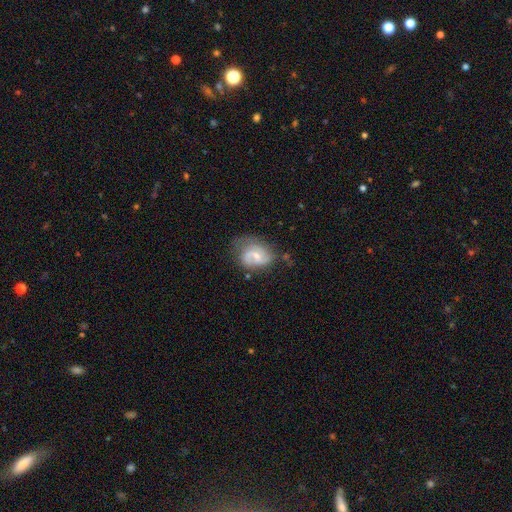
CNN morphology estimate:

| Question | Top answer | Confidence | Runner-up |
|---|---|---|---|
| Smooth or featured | featured or disk | 73% | smooth (20%) |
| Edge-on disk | no | 97% | yes (3%) |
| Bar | no | 48% | weak (44%) |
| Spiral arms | yes | 91% | no (9%) |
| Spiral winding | medium | 47% | loose (28%) |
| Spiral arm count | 2 | 68% | 1 (12%) |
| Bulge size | small | 51% | moderate (43%) |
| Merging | none | 54% | minor disturbance (28%) |